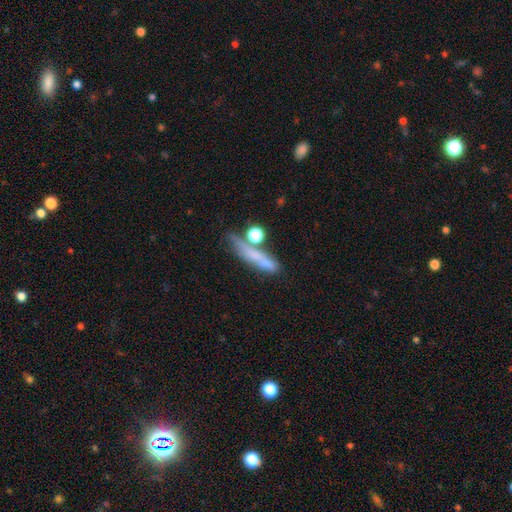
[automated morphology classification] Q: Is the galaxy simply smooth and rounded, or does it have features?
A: smooth — 58%.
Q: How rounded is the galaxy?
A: cigar-shaped — 70%.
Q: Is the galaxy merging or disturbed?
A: none — 52%.